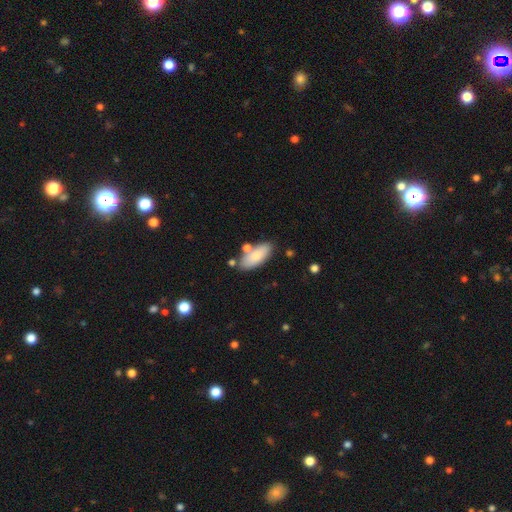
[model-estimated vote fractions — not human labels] Smooth or featured?
  - smooth: 77% *
  - featured or disk: 17%
  - star or artifact: 6%
How rounded?
  - in between: 85% *
  - cigar-shaped: 13%
  - round: 2%
Merging?
  - none: 71% *
  - minor disturbance: 14%
  - merger: 11%
  - major disturbance: 3%